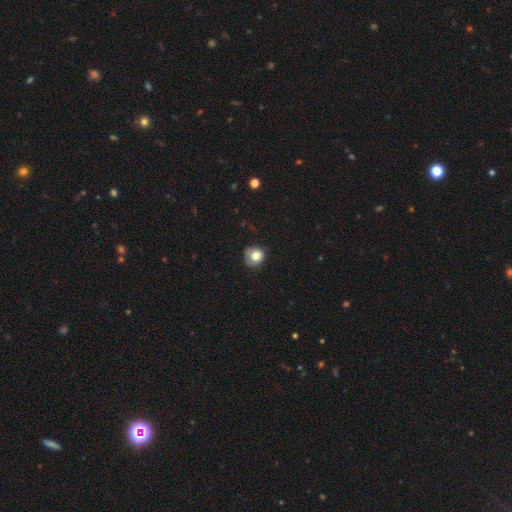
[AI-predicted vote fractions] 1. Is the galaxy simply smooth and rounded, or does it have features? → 81% smooth, 10% featured or disk, 10% star or artifact.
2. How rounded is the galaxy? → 84% round, 15% in between, 1% cigar-shaped.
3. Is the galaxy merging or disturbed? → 63% none, 28% minor disturbance, 8% major disturbance, 2% merger.